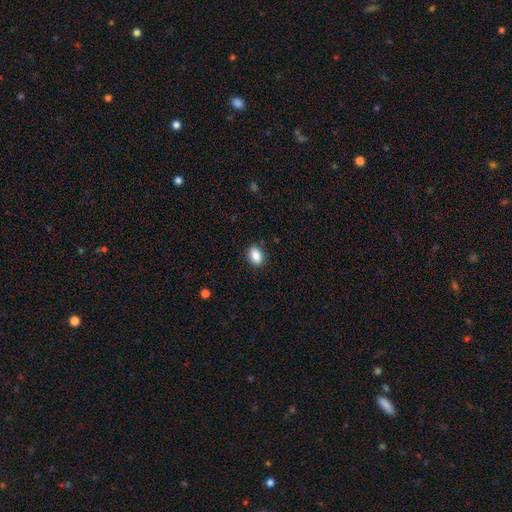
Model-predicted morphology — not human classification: Smooth or featured: smooth — 87% (star or artifact — 8%)
How rounded: in between — 75% (round — 24%)
Merging: none — 88% (minor disturbance — 8%)